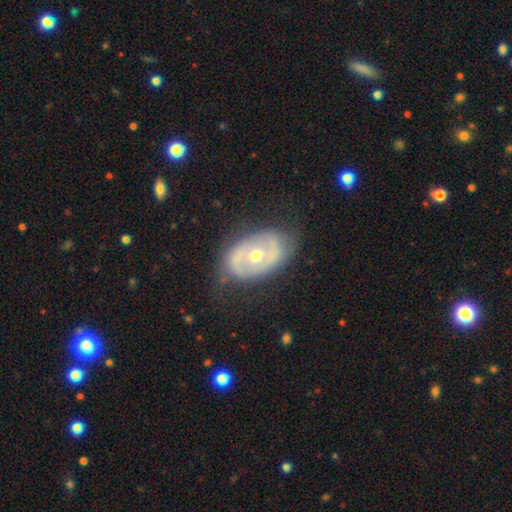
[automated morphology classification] This appears to be a featured or disk galaxy (68%) with no bar (76%), no spiral arms (60%) and a moderate central bulge (64%). Merging: none (70%).